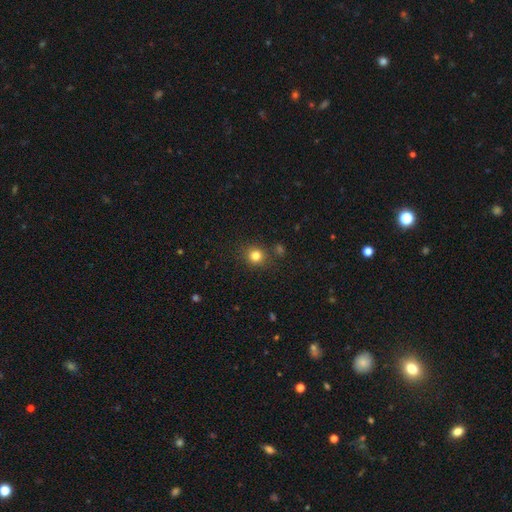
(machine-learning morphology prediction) smooth-or-featured: smooth: 81% | star or artifact: 14% | featured or disk: 5%
  how-rounded: round: 86% | in between: 13% | cigar-shaped: 1%
  merging: none: 83% | minor disturbance: 9% | merger: 5% | major disturbance: 3%